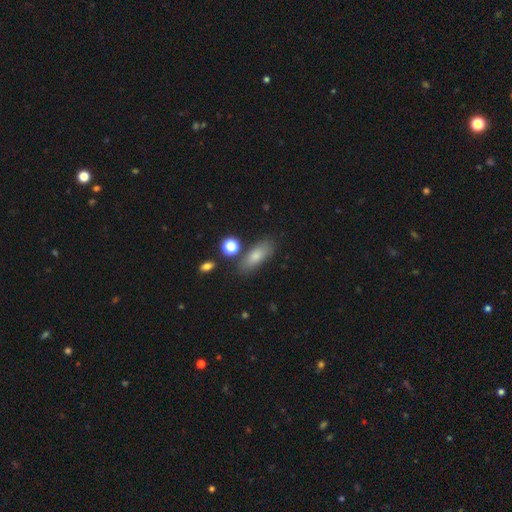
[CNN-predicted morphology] A smooth galaxy with no disk features (79%) that is in between round and cigar-shaped (72%). Merging: none (76%).